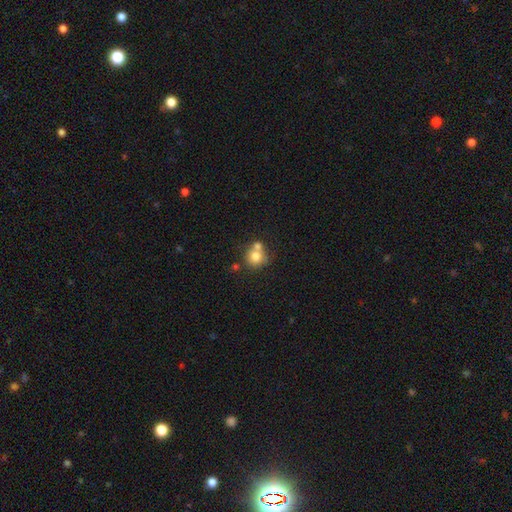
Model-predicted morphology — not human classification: smooth-or-featured: smooth: 77% | featured or disk: 13% | star or artifact: 10%
  how-rounded: round: 86% | in between: 13% | cigar-shaped: 1%
  merging: none: 48% | merger: 39% | minor disturbance: 9% | major disturbance: 4%